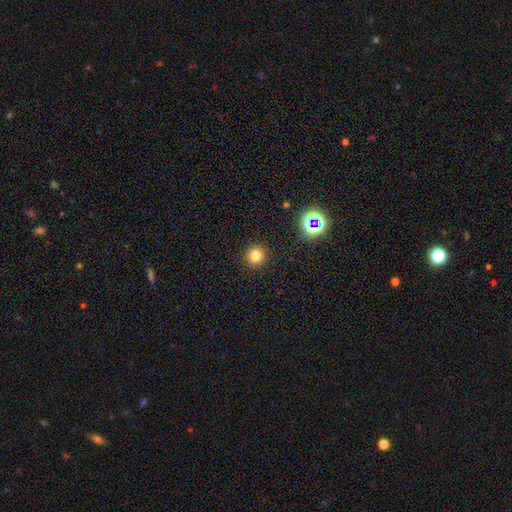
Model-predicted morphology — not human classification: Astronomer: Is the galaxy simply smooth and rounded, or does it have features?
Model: smooth — 78%.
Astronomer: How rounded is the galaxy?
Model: round — 95%.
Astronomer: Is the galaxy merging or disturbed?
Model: none — 92%.